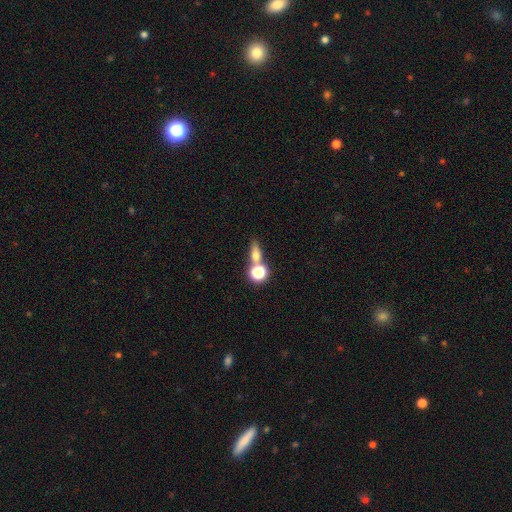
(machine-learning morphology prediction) A smooth galaxy with no disk features (64%) that is in between round and cigar-shaped (44%).

Vote fractions:
- Smooth or featured? smooth: 64% / star or artifact: 19% / featured or disk: 17%
- How rounded? in between: 44% / round: 35% / cigar-shaped: 21%
- Merging? none: 52% / merger: 32% / minor disturbance: 10% / major disturbance: 6%